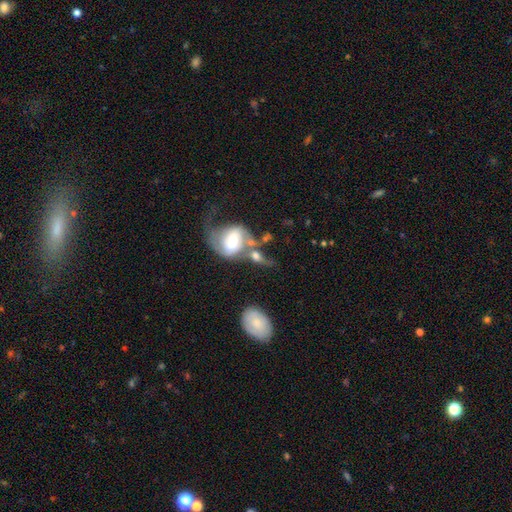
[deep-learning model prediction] smooth_or_featured: featured or disk (p=0.59) [alt: smooth p=0.32]
disk_edge_on: no (p=0.87) [alt: yes p=0.13]
bar: no (p=0.41) [alt: weak p=0.40]
has_spiral_arms: yes (p=0.76) [alt: no p=0.24]
bulge_size: moderate (p=0.56) [alt: small p=0.22]
merging: merger (p=0.48) [alt: none p=0.23]